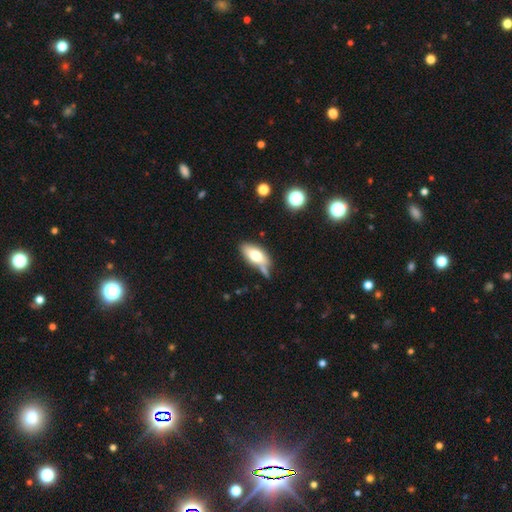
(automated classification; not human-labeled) Morphology: type=smooth (66%); roundness=in between (86%); merging=none (56%).